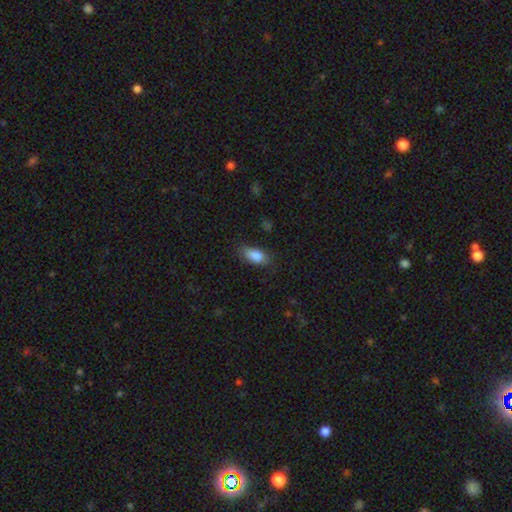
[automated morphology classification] smooth-or-featured: smooth: 85% | featured or disk: 8% | star or artifact: 7%
  how-rounded: in between: 88% | cigar-shaped: 8% | round: 4%
  merging: none: 73% | minor disturbance: 20% | major disturbance: 5% | merger: 1%